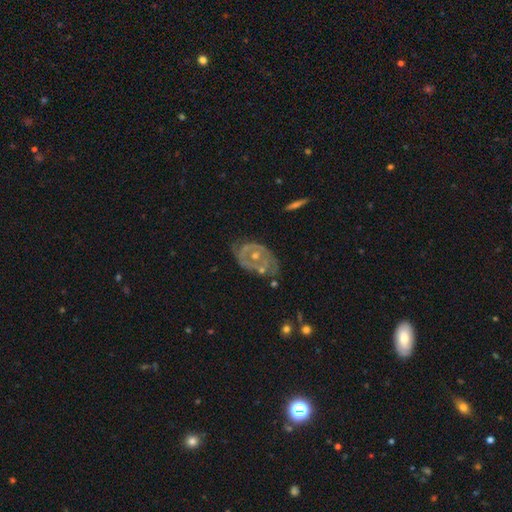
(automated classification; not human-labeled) smooth-or-featured: featured or disk: 75% | smooth: 15% | star or artifact: 10%
  disk-edge-on: no: 95% | yes: 5%
    bar: no: 74% | weak: 21% | strong: 6%
    has-spiral-arms: yes: 66% | no: 34%
    bulge-size: small: 56% | moderate: 39% | none: 3% | large: 2% | dominant: 1%
  merging: none: 55% | minor disturbance: 24% | major disturbance: 14% | merger: 6%